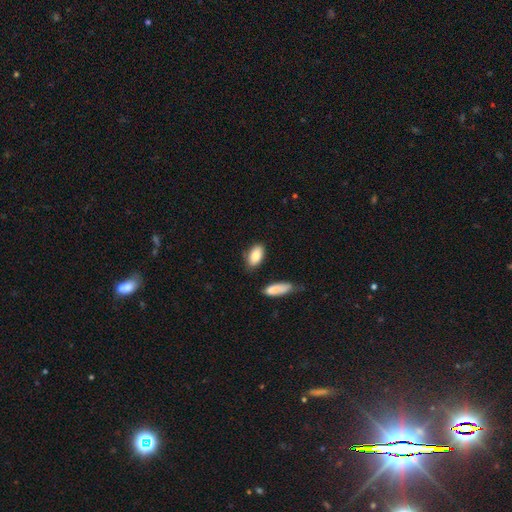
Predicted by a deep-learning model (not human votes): Smooth or featured?
  - smooth: 85% *
  - featured or disk: 9%
  - star or artifact: 6%
How rounded?
  - in between: 91% *
  - cigar-shaped: 5%
  - round: 4%
Merging?
  - none: 77% *
  - minor disturbance: 14%
  - merger: 5%
  - major disturbance: 3%